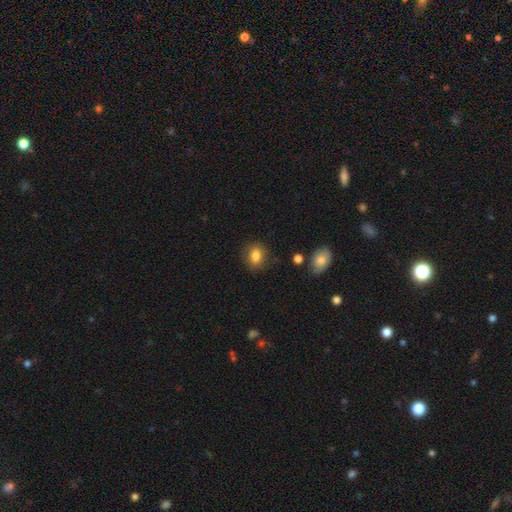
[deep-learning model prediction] smooth_or_featured: smooth (p=0.83) [alt: star or artifact p=0.09]
how_rounded: in between (p=0.50) [alt: round p=0.49]
merging: none (p=0.80) [alt: minor disturbance p=0.14]